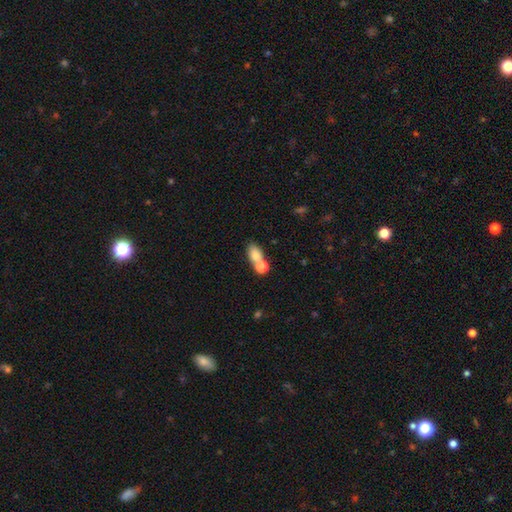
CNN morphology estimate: Q: Smooth or featured?
A: smooth (76%); runner-up: featured or disk (14%)
Q: How rounded?
A: in between (72%); runner-up: round (23%)
Q: Merging?
A: merger (50%); runner-up: none (36%)